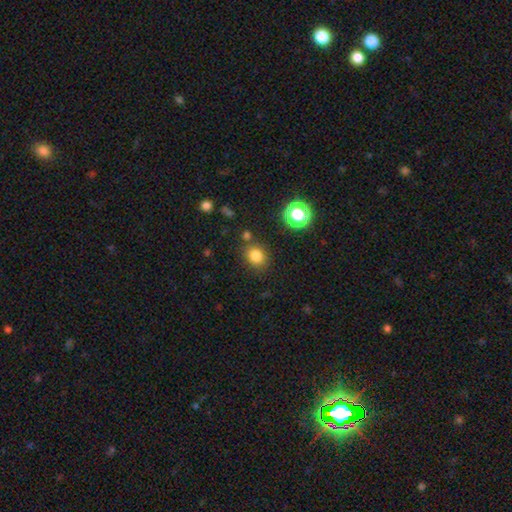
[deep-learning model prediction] Smooth or featured? smooth (81%)
How rounded? round (68%)
Merging? none (81%)